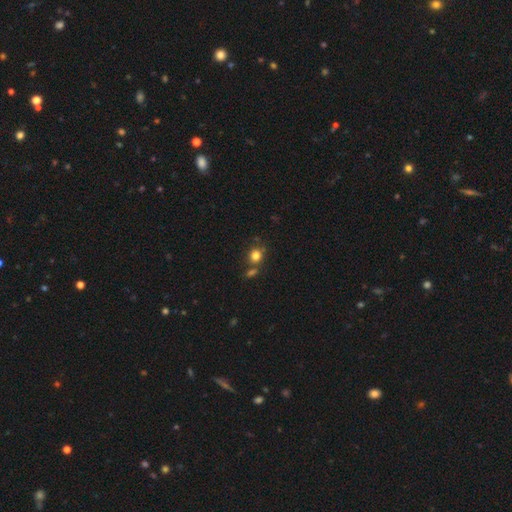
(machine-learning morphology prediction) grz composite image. It shows a smooth galaxy with no disk features (81%) that is round (78%). Merging: none (65%).